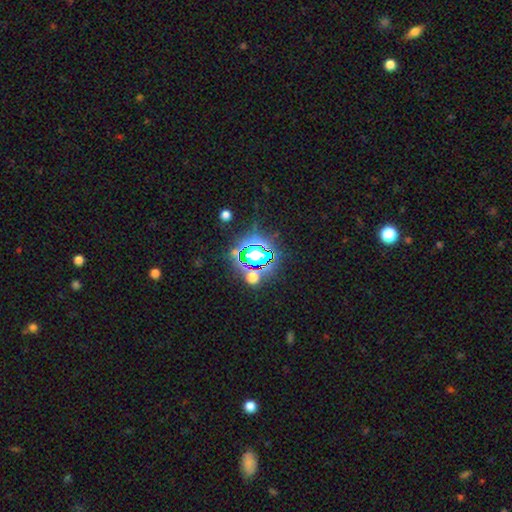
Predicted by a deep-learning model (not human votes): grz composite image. It shows a star or artifact, not a galaxy (68%).